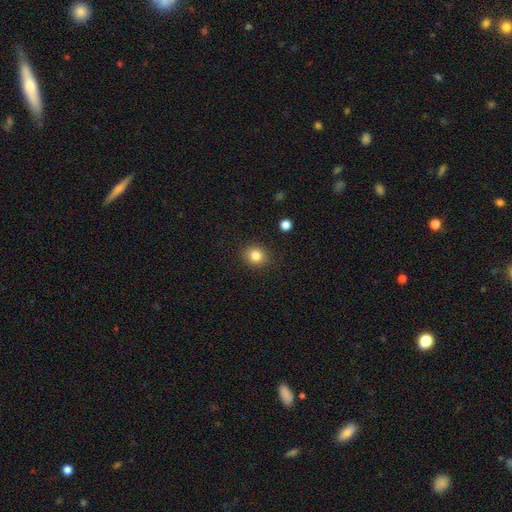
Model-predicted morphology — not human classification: Smooth or featured? Predicted: smooth (p=0.83). How rounded? Predicted: round (p=0.83). Merging? Predicted: none (p=0.89).